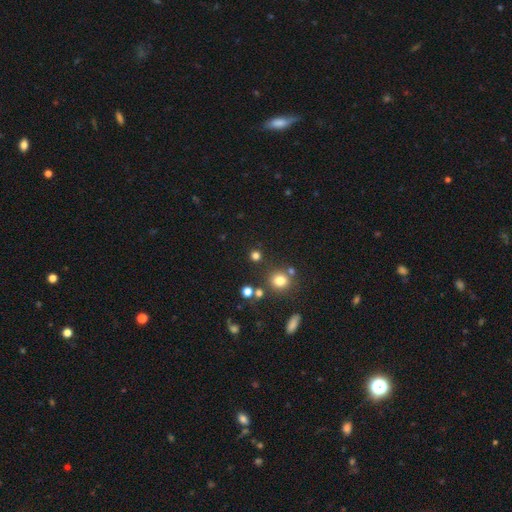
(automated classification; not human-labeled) smooth_or_featured: smooth (p=0.73) [alt: star or artifact p=0.22]
how_rounded: round (p=0.89) [alt: in between p=0.09]
merging: none (p=0.81) [alt: merger p=0.08]